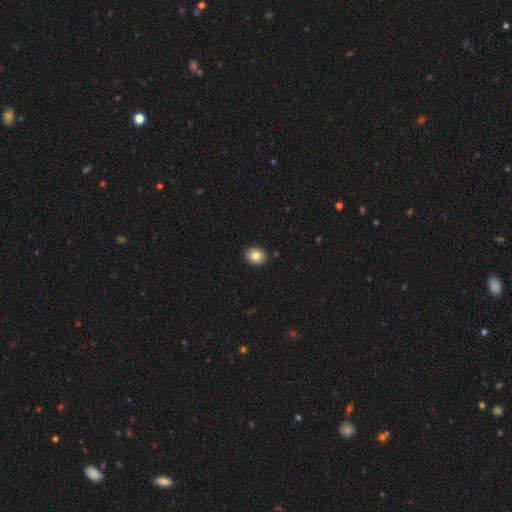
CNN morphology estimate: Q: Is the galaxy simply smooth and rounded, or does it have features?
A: smooth — 84%.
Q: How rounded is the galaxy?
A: round — 57%.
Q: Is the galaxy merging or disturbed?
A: none — 90%.